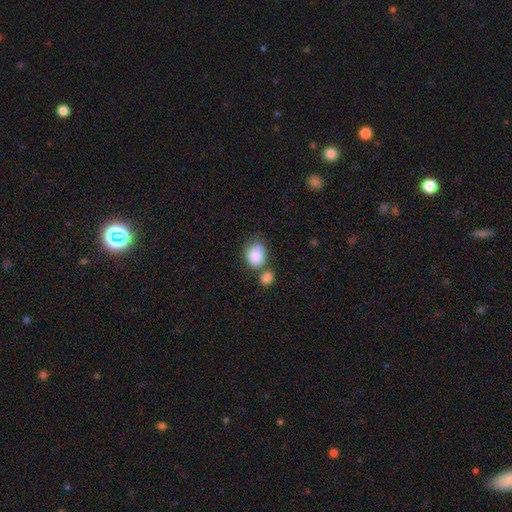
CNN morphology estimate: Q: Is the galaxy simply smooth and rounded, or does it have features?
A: smooth — 87%.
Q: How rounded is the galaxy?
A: in between — 56%.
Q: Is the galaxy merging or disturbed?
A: none — 41%.